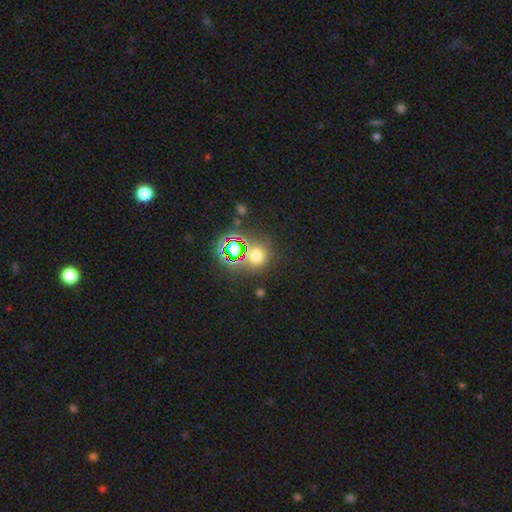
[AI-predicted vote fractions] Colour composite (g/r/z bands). It shows a smooth galaxy with no disk features (54%) that is round (86%). Merging: none (73%).